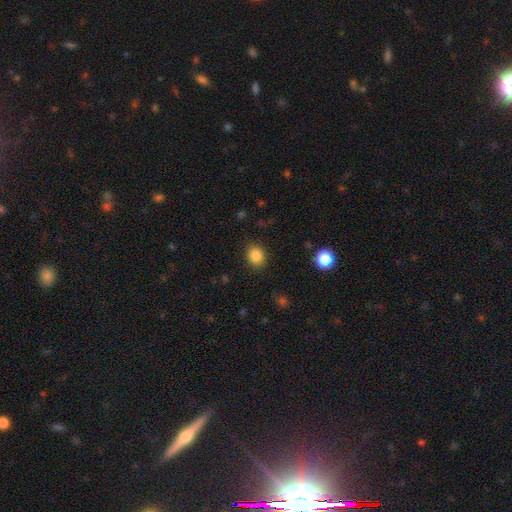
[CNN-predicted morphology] The model was most divided on "how rounded": round: 69%, in between: 30%, cigar-shaped: 1%. More confident: merging — none (89%); smooth or featured — smooth (85%).